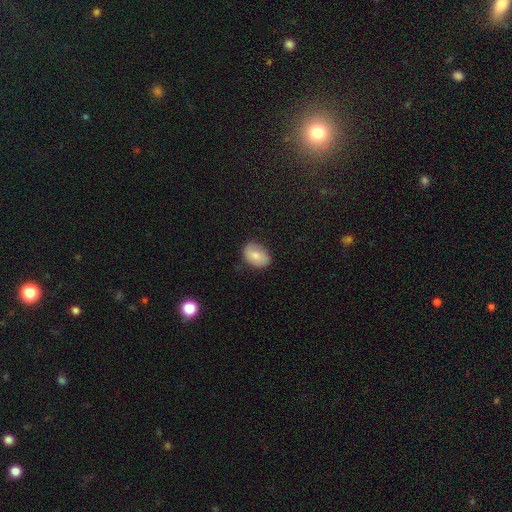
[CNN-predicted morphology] The model was most divided on "smooth or featured": smooth: 75%, featured or disk: 18%, star or artifact: 8%. More confident: how rounded — in between (79%); merging — none (79%).